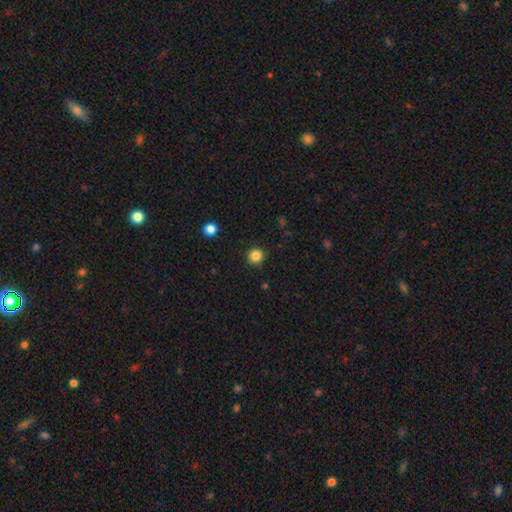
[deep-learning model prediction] Smooth or featured: smooth — 85% (star or artifact — 12%)
How rounded: round — 94% (in between — 5%)
Merging: none — 92% (minor disturbance — 5%)